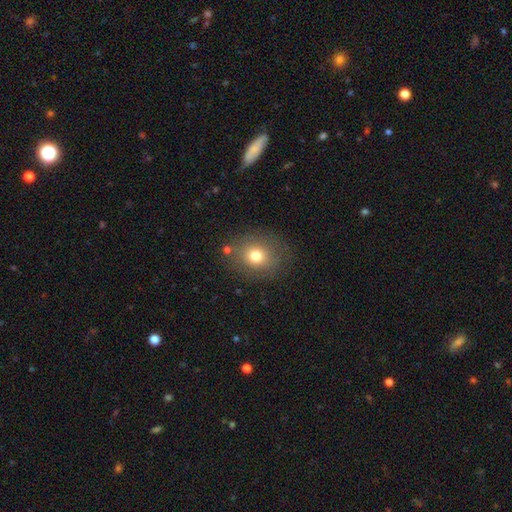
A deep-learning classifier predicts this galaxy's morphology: Q: Smooth or featured?
A: smooth (74%); runner-up: featured or disk (14%)
Q: How rounded?
A: round (64%); runner-up: in between (35%)
Q: Merging?
A: none (79%); runner-up: minor disturbance (13%)